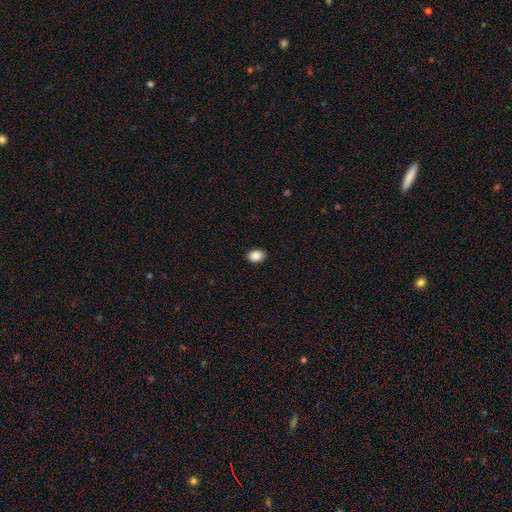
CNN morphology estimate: Smooth or featured? smooth (88%)
How rounded? in between (73%)
Merging? none (90%)